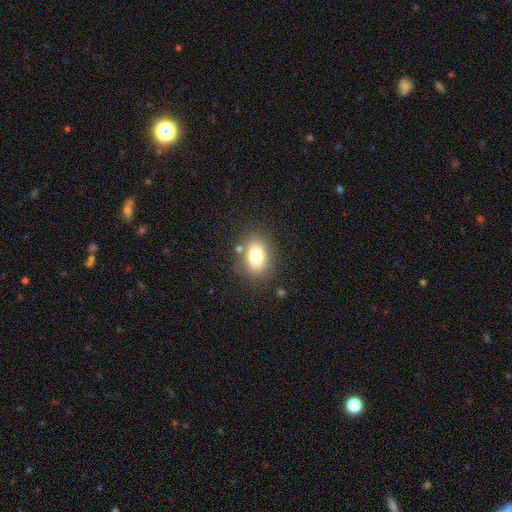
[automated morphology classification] type=smooth (76%); roundness=in between (77%); merging=none (79%).